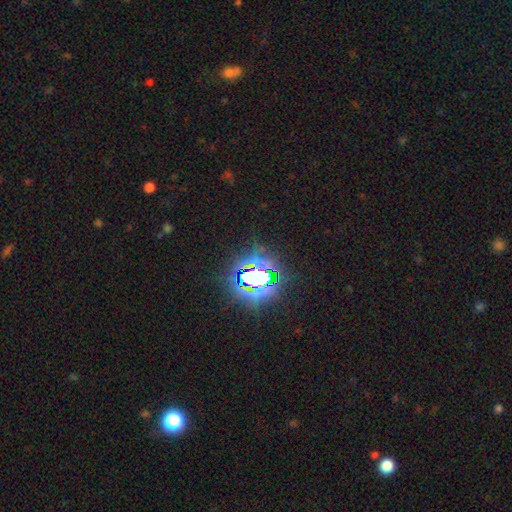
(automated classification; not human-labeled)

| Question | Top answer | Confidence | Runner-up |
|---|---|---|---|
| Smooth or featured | star or artifact | 81% | smooth (11%) |